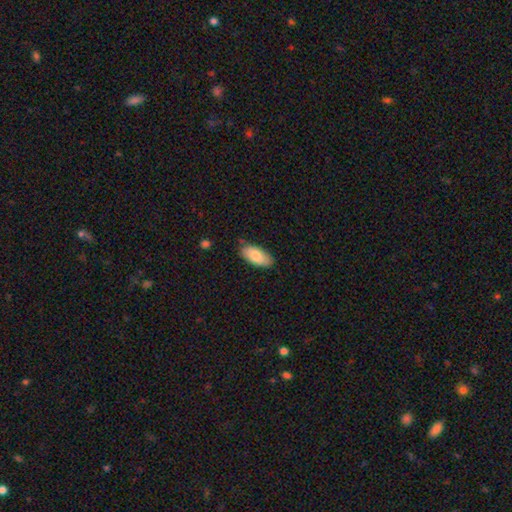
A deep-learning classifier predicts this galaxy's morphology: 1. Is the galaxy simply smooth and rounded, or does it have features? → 82% smooth, 13% featured or disk, 6% star or artifact.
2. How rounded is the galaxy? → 91% in between, 7% cigar-shaped, 2% round.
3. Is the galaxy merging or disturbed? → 82% none, 14% minor disturbance, 2% major disturbance, 2% merger.